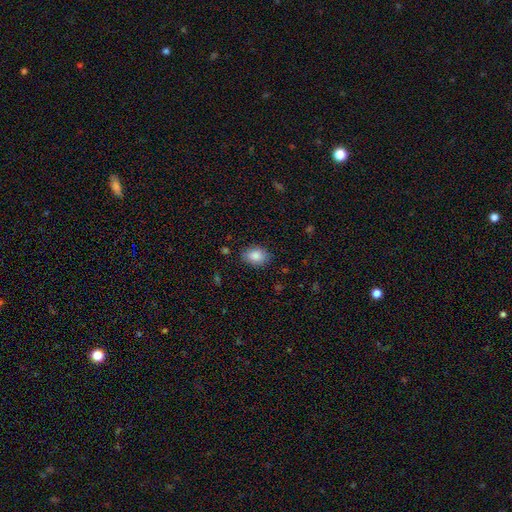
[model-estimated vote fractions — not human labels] Morphology: type=smooth (87%); roundness=in between (72%); merging=none (84%).